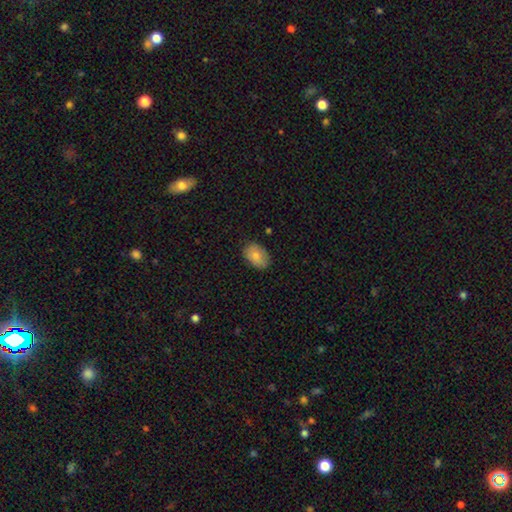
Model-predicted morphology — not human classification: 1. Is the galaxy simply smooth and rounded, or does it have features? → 81% smooth, 13% featured or disk, 7% star or artifact.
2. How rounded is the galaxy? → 85% in between, 14% round, 1% cigar-shaped.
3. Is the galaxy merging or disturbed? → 82% none, 14% minor disturbance, 3% major disturbance, 1% merger.